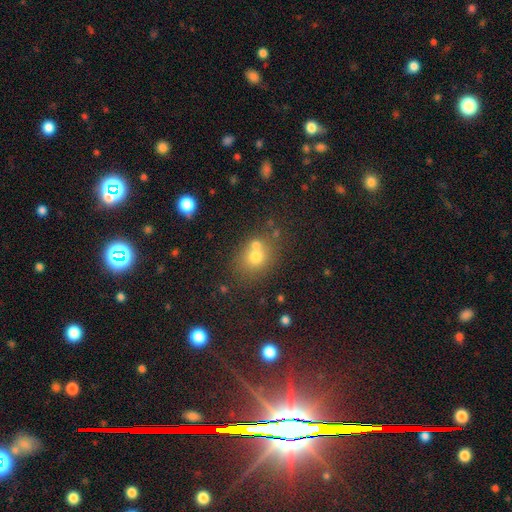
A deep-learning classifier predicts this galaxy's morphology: smooth-or-featured: smooth: 63% | star or artifact: 23% | featured or disk: 14%
  how-rounded: round: 72% | in between: 27% | cigar-shaped: 1%
  merging: none: 56% | merger: 30% | minor disturbance: 10% | major disturbance: 4%